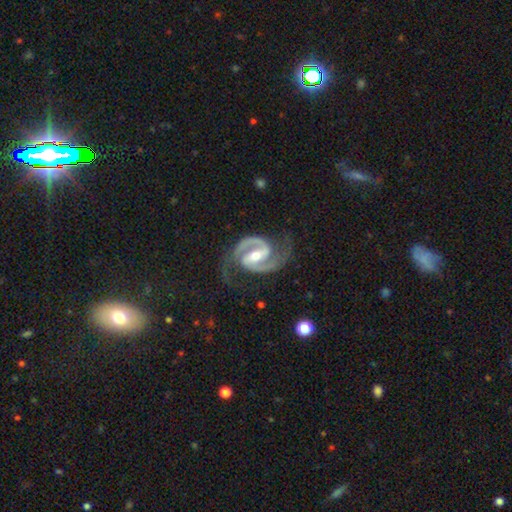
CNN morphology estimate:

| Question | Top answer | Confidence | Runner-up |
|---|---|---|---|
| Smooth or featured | featured or disk | 94% | star or artifact (4%) |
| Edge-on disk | no | 98% | yes (2%) |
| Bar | strong | 55% | weak (34%) |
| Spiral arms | yes | 99% | no (1%) |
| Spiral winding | medium | 62% | tight (28%) |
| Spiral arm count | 2 | 94% | can't tell (1%) |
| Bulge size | moderate | 62% | small (32%) |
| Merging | none | 76% | minor disturbance (15%) |